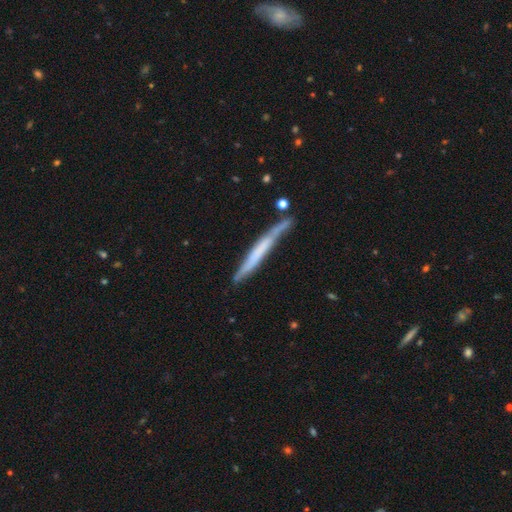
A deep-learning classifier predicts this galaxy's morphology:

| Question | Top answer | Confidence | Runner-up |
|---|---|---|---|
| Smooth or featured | featured or disk | 51% | smooth (42%) |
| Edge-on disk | yes | 91% | no (9%) |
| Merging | none | 67% | minor disturbance (22%) |